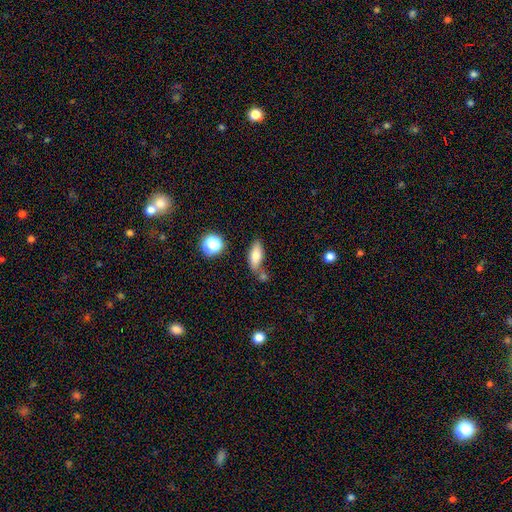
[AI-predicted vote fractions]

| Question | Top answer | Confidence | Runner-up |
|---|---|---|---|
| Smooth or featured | smooth | 75% | featured or disk (16%) |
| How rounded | in between | 73% | cigar-shaped (23%) |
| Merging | none | 62% | merger (17%) |